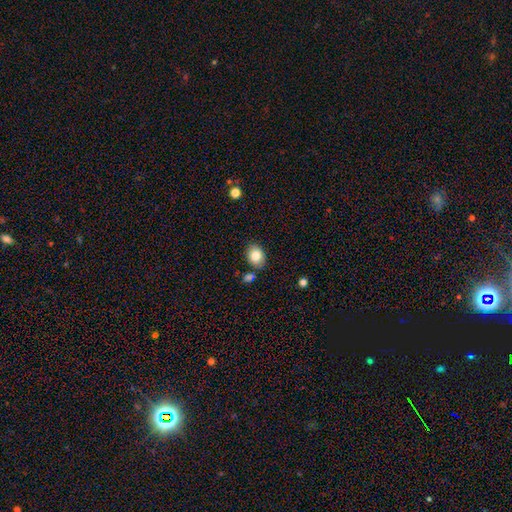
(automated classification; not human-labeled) smooth_or_featured: smooth (p=0.83) [alt: featured or disk p=0.09]
how_rounded: in between (p=0.67) [alt: round p=0.32]
merging: none (p=0.80) [alt: minor disturbance p=0.12]